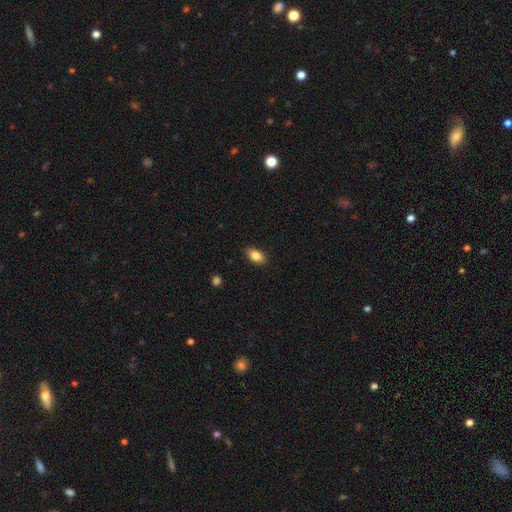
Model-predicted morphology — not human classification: type=smooth (86%); roundness=in between (91%); merging=none (88%).